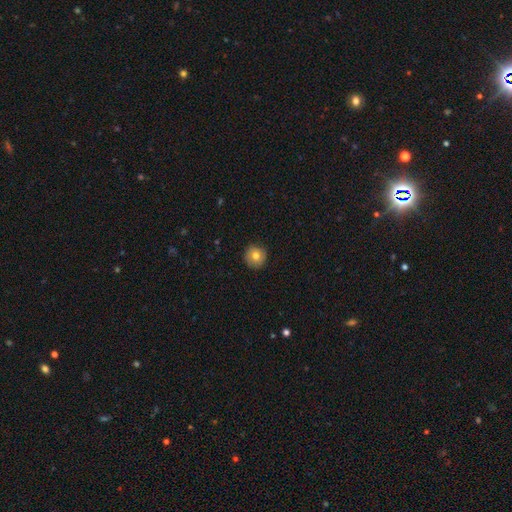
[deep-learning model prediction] Q: Smooth or featured?
A: smooth (76%); runner-up: featured or disk (15%)
Q: How rounded?
A: round (94%); runner-up: in between (5%)
Q: Merging?
A: none (89%); runner-up: minor disturbance (9%)